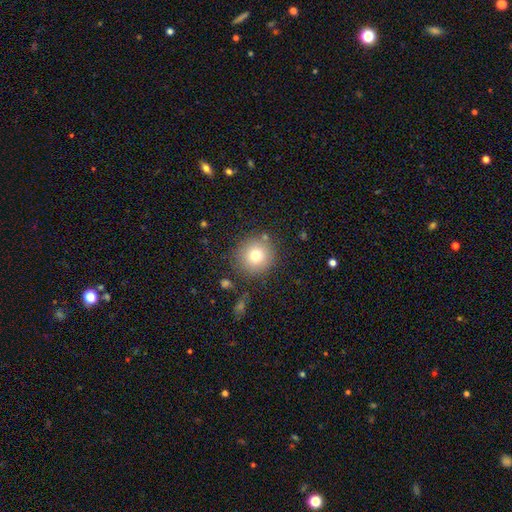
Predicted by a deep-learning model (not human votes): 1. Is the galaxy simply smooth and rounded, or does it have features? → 76% smooth, 12% featured or disk, 12% star or artifact.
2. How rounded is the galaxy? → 94% round, 5% in between, 1% cigar-shaped.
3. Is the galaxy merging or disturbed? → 84% none, 9% minor disturbance, 4% merger, 3% major disturbance.